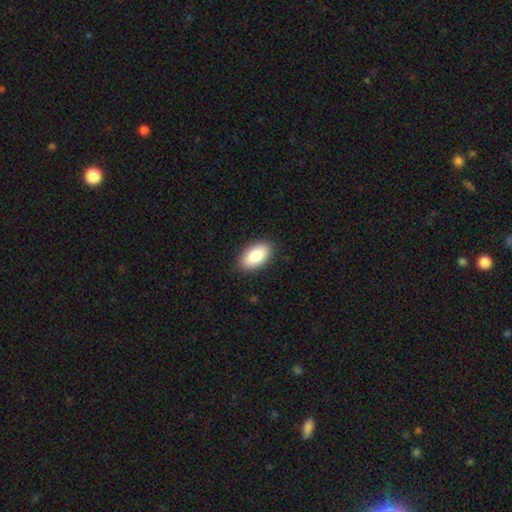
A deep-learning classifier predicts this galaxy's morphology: A smooth galaxy with no disk features (85%) that is in between round and cigar-shaped (95%).

Vote fractions:
- Smooth or featured? smooth: 85% / featured or disk: 8% / star or artifact: 6%
- How rounded? in between: 95% / round: 3% / cigar-shaped: 2%
- Merging? none: 89% / minor disturbance: 8% / major disturbance: 2% / merger: 1%